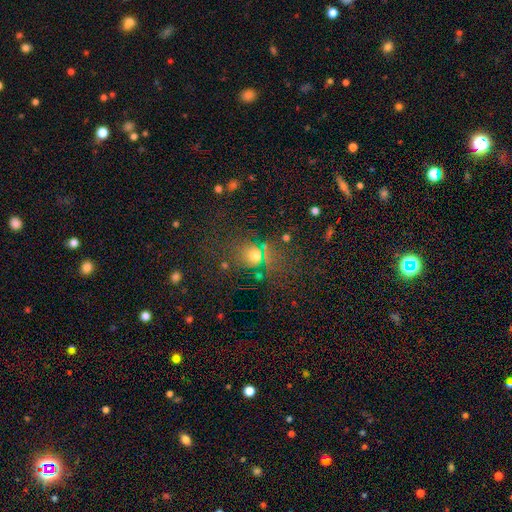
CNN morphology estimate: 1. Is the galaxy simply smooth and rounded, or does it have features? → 61% smooth, 27% star or artifact, 12% featured or disk.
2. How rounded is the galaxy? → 60% round, 37% in between, 3% cigar-shaped.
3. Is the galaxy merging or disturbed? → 65% none, 16% minor disturbance, 12% major disturbance, 7% merger.